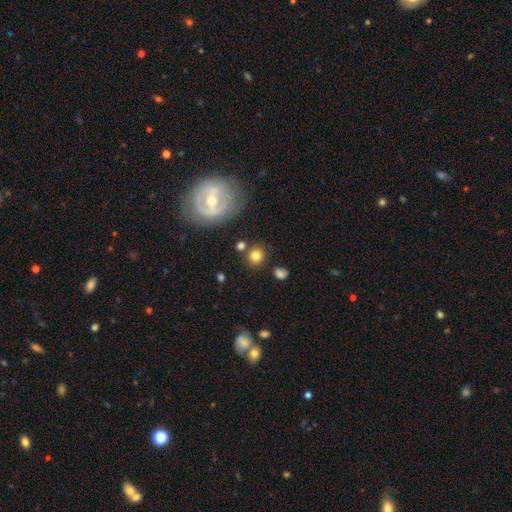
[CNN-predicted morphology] Smooth or featured: smooth — 79% (star or artifact — 11%)
How rounded: round — 88% (in between — 11%)
Merging: none — 78% (minor disturbance — 10%)